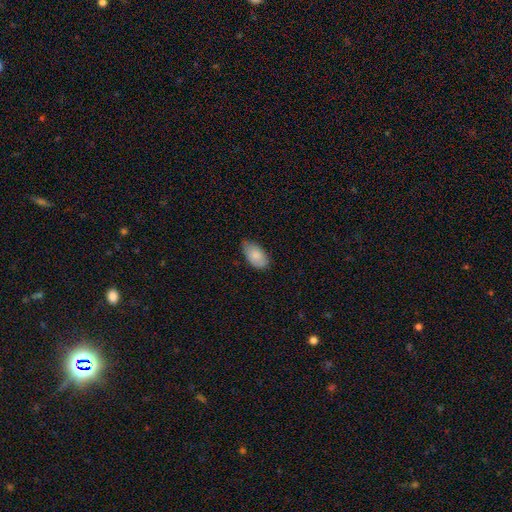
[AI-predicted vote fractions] Q: Smooth or featured?
A: smooth (83%); runner-up: featured or disk (10%)
Q: How rounded?
A: in between (94%); runner-up: round (4%)
Q: Merging?
A: none (62%); runner-up: minor disturbance (32%)